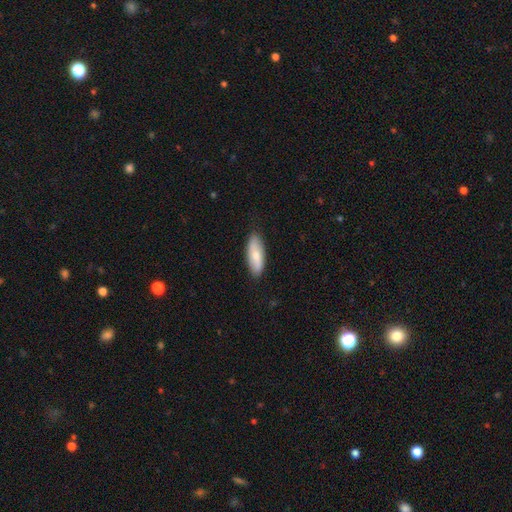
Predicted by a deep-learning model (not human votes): A smooth galaxy with no disk features (69%) that is in between round and cigar-shaped (68%).

Vote fractions:
- Smooth or featured? smooth: 69% / featured or disk: 26% / star or artifact: 5%
- How rounded? in between: 68% / cigar-shaped: 29% / round: 3%
- Merging? none: 86% / minor disturbance: 11% / major disturbance: 2% / merger: 1%